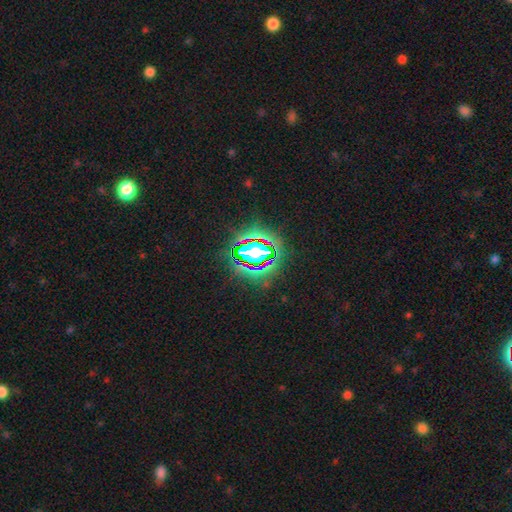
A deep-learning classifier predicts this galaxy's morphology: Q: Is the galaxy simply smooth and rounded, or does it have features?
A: star or artifact — 80%.